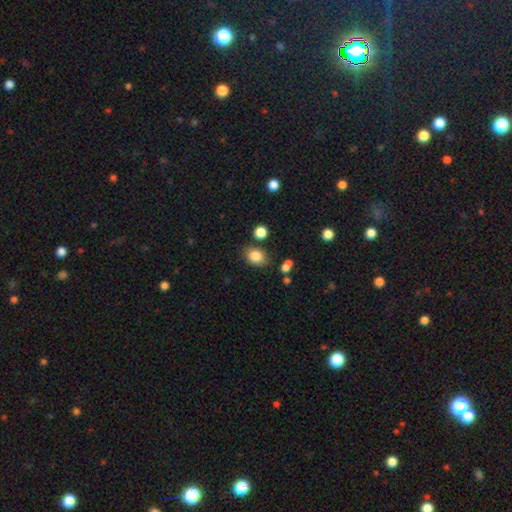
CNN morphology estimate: smooth_or_featured: smooth (p=0.84) [alt: star or artifact p=0.09]
how_rounded: in between (p=0.62) [alt: round p=0.37]
merging: none (p=0.77) [alt: minor disturbance p=0.13]